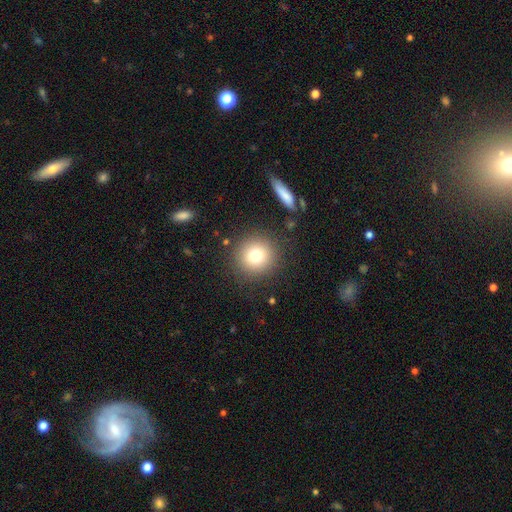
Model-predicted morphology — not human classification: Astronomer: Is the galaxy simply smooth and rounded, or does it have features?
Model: smooth — 77%.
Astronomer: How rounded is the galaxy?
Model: round — 92%.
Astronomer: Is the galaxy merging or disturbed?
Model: none — 88%.